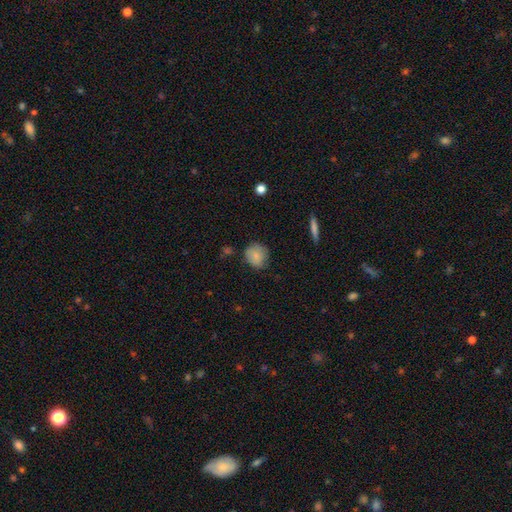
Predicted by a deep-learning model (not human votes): Smooth or featured? smooth (81%)
How rounded? round (82%)
Merging? none (73%)